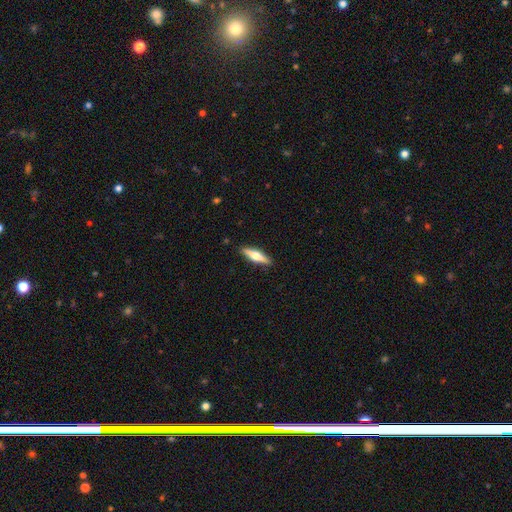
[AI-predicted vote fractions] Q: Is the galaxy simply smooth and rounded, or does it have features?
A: featured or disk — 55%.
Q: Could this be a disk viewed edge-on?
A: yes — 95%.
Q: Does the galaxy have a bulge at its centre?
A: rounded — 94%.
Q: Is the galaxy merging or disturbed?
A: none — 90%.